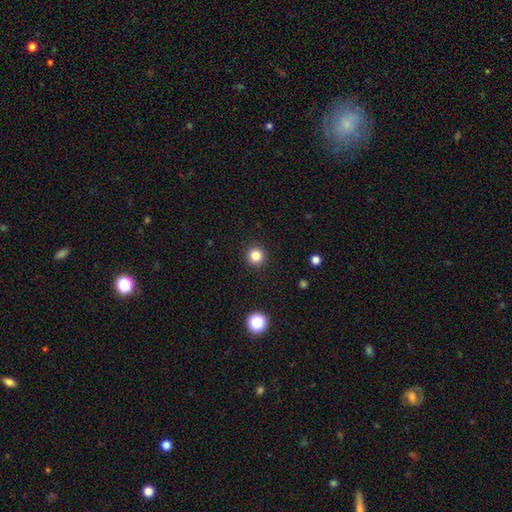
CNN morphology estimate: A smooth galaxy with no disk features (83%) that is round (96%).

Vote fractions:
- Smooth or featured? smooth: 83% / star or artifact: 13% / featured or disk: 4%
- How rounded? round: 96% / in between: 4% / cigar-shaped: 1%
- Merging? none: 93% / minor disturbance: 4% / major disturbance: 2% / merger: 1%